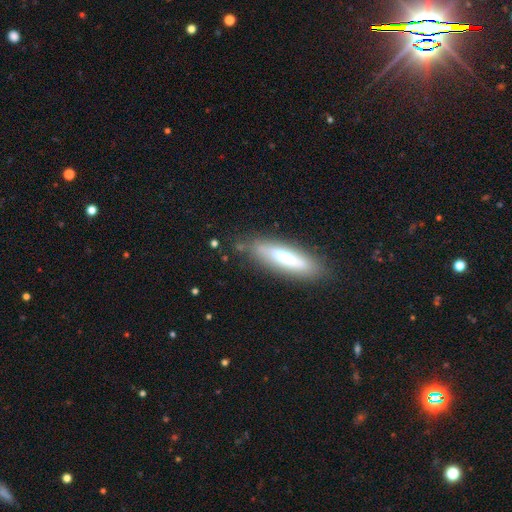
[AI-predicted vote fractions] smooth 47%, featured or disk 41%, star or artifact 12%. Down the decision tree: merging — none (81%).